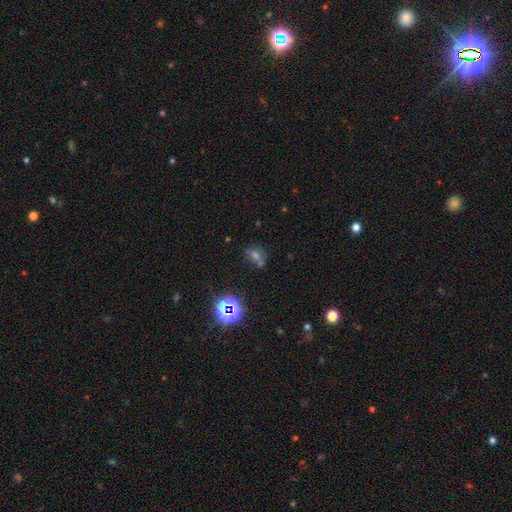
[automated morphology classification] Q: Smooth or featured?
A: star or artifact (44%); runner-up: smooth (38%)